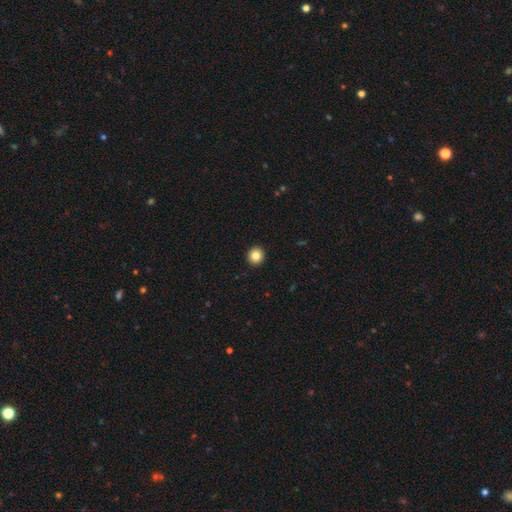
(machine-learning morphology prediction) This appears to be a smooth galaxy with no disk features (84%) that is round (94%). Merging: none (94%).